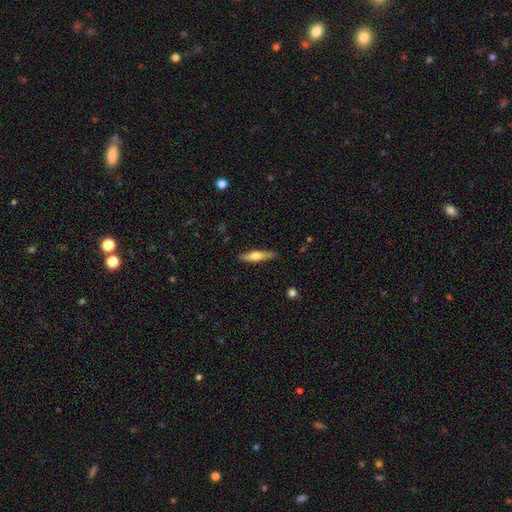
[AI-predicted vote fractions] Smooth or featured? Predicted: smooth (p=0.51). How rounded? Predicted: cigar-shaped (p=0.81). Merging? Predicted: none (p=0.87).